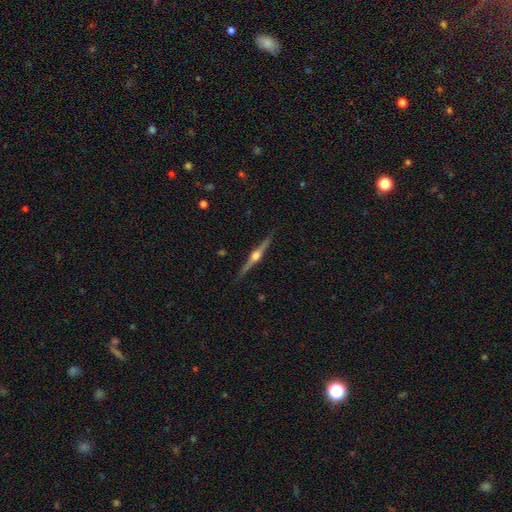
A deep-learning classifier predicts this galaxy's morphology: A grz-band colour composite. It shows a featured or disk galaxy (86%) viewed edge-on (99%) with a rounded central bulge (96%). Merging: none (91%).